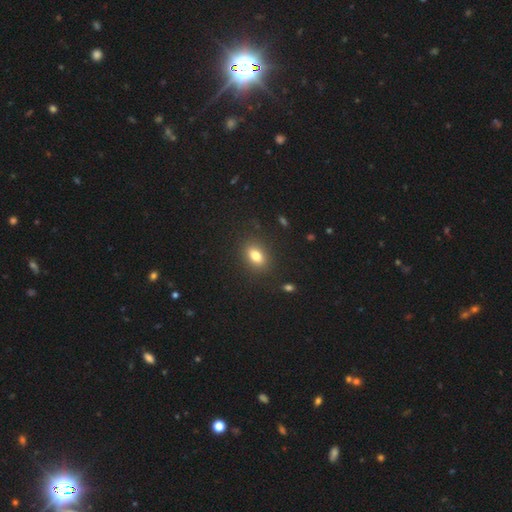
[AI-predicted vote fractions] A smooth galaxy with no disk features (80%) that is in between round and cigar-shaped (79%). Merging: none (86%).